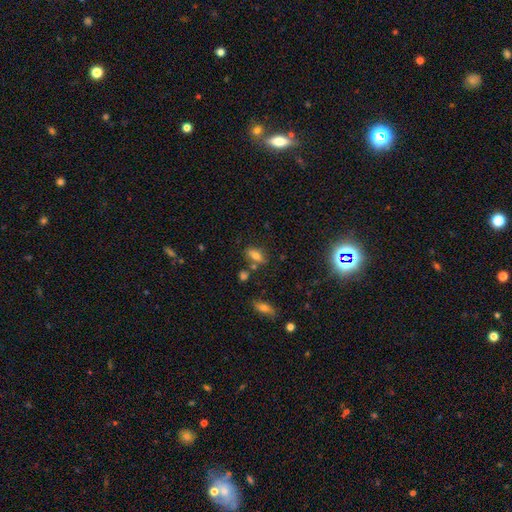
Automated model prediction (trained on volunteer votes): A smooth galaxy with no disk features (67%) that is in between round and cigar-shaped (77%). Merging: none (69%).